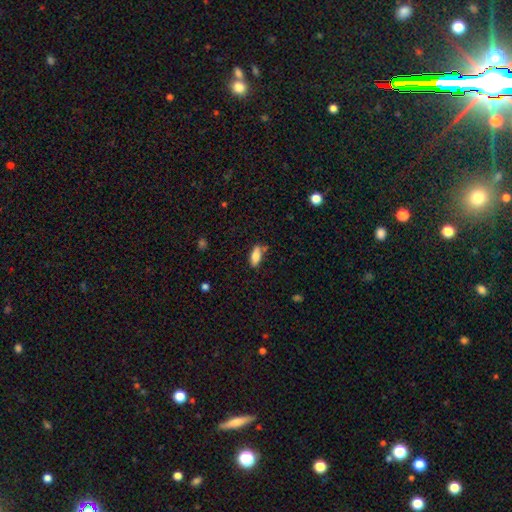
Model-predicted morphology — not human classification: A smooth galaxy with no disk features (80%) that is in between round and cigar-shaped (77%).

Vote fractions:
- Smooth or featured? smooth: 80% / featured or disk: 13% / star or artifact: 7%
- How rounded? in between: 77% / cigar-shaped: 21% / round: 2%
- Merging? none: 73% / minor disturbance: 16% / merger: 7% / major disturbance: 4%